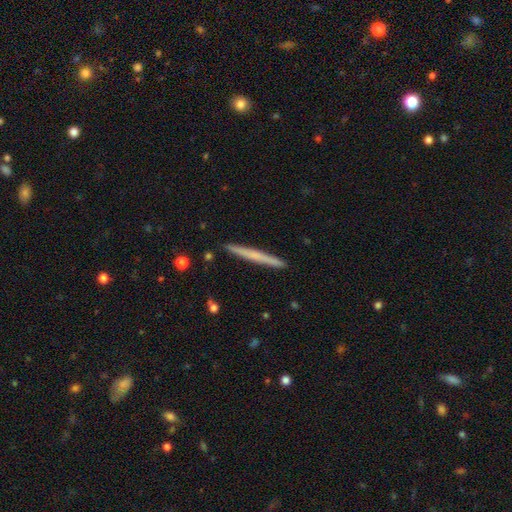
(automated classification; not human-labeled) Morphology: type=smooth (51%); roundness=cigar-shaped (97%); merging=none (92%).